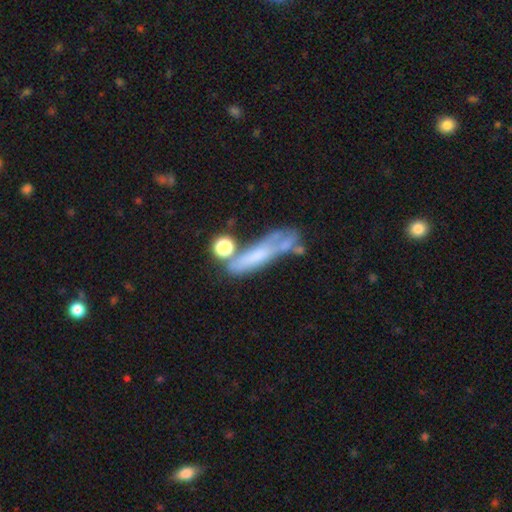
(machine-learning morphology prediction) smooth 44%, featured or disk 43%, star or artifact 13%. Down the decision tree: merging — none (35%).